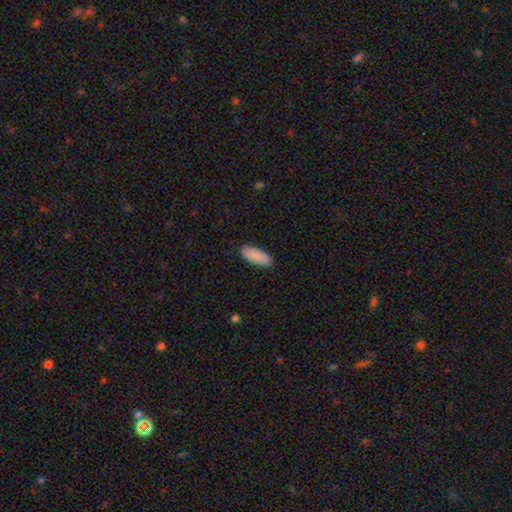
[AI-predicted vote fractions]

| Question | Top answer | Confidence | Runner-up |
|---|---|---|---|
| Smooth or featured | smooth | 90% | star or artifact (6%) |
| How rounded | in between | 72% | cigar-shaped (26%) |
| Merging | none | 88% | minor disturbance (9%) |